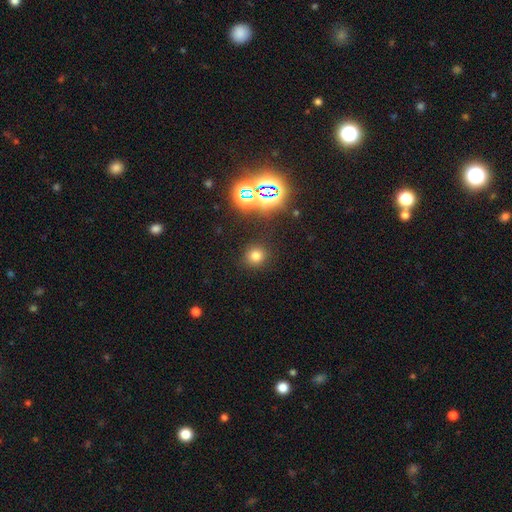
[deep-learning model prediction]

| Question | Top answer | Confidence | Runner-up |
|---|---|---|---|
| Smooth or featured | smooth | 71% | star or artifact (22%) |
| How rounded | round | 91% | in between (8%) |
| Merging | none | 89% | minor disturbance (6%) |